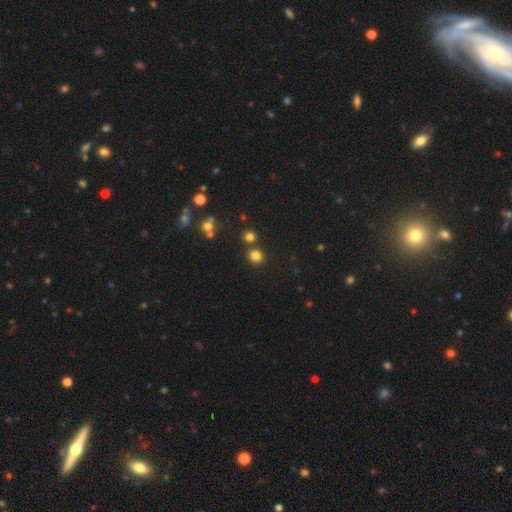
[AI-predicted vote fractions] Smooth or featured?
  - smooth: 80% *
  - star or artifact: 15%
  - featured or disk: 5%
How rounded?
  - round: 91% *
  - in between: 8%
  - cigar-shaped: 1%
Merging?
  - none: 80% *
  - merger: 11%
  - minor disturbance: 6%
  - major disturbance: 2%